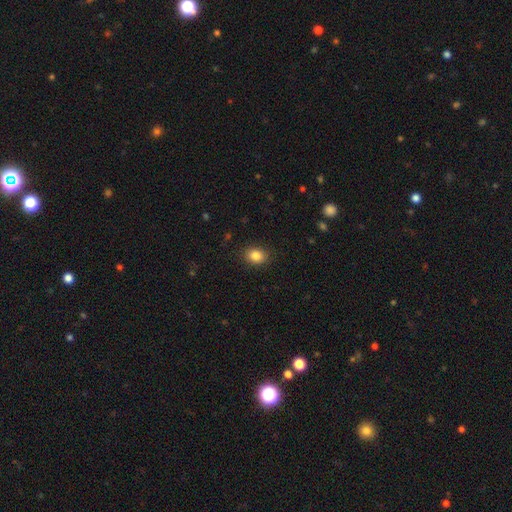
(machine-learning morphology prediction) A smooth galaxy with no disk features (85%) that is in between round and cigar-shaped (56%). Merging: none (88%).